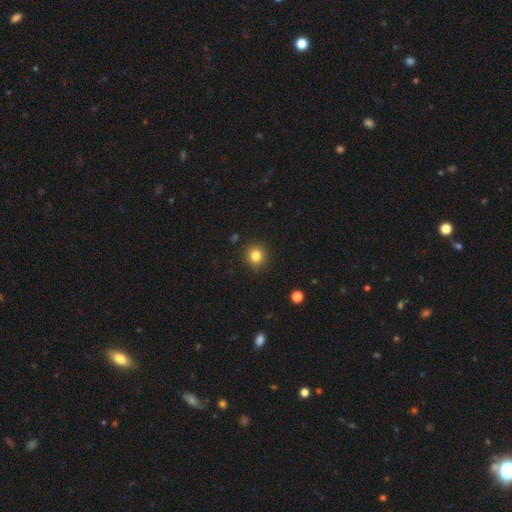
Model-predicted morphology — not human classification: Overall: smooth (82%). How rounded: round (92%). Merging: none (91%).